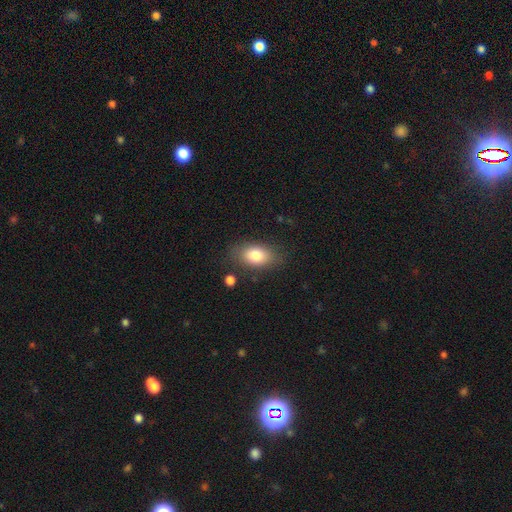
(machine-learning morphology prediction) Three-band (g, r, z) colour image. It shows a smooth galaxy with no disk features (80%) that is in between round and cigar-shaped (88%). Merging: none (79%).